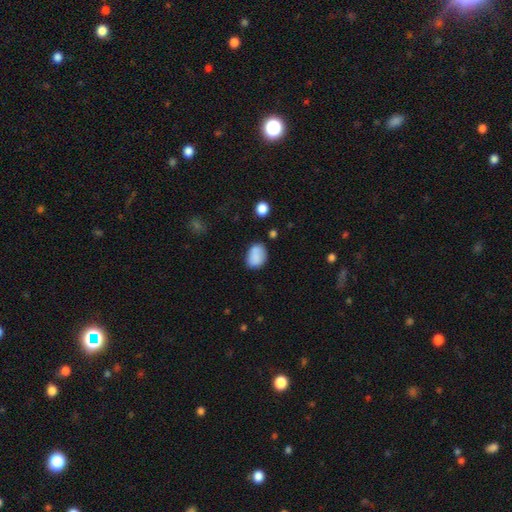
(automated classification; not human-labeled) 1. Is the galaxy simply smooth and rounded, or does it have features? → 85% smooth, 9% star or artifact, 6% featured or disk.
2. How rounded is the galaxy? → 75% in between, 24% round, 1% cigar-shaped.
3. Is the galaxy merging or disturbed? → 68% none, 21% minor disturbance, 6% merger, 5% major disturbance.